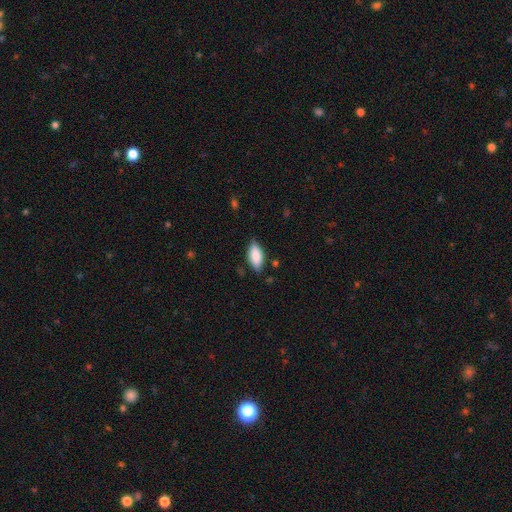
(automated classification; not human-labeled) smooth 82%, featured or disk 12%, star or artifact 6%. Down the decision tree: how rounded — in between (84%); merging — none (79%).